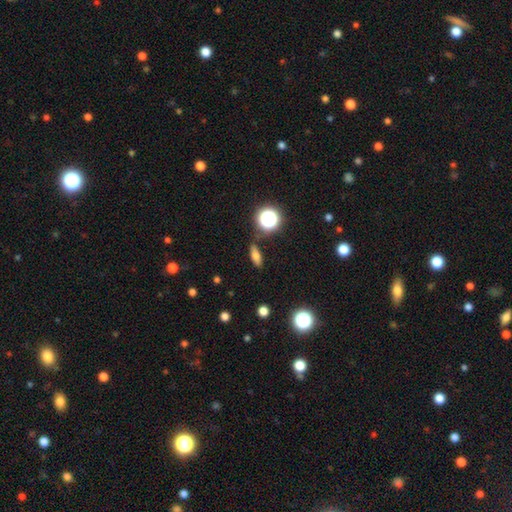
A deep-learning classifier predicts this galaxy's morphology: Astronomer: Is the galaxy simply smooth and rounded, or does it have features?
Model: smooth — 69%.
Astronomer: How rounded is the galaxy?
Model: in between — 56% (runner-up: cigar-shaped, 32%).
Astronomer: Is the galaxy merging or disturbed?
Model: none — 83%.